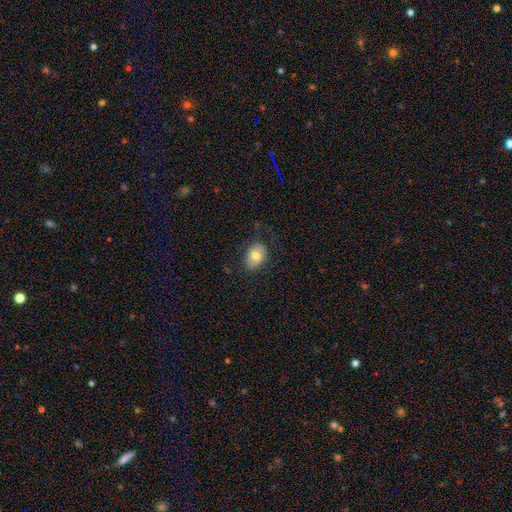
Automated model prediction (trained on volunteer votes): The model was most divided on "how rounded": in between: 70%, round: 29%, cigar-shaped: 1%. More confident: merging — none (75%); smooth or featured — smooth (73%).